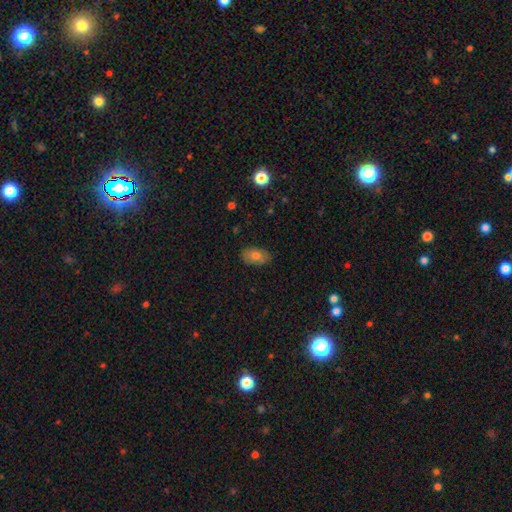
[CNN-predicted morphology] Smooth or featured? smooth (73%)
How rounded? in between (91%)
Merging? none (79%)